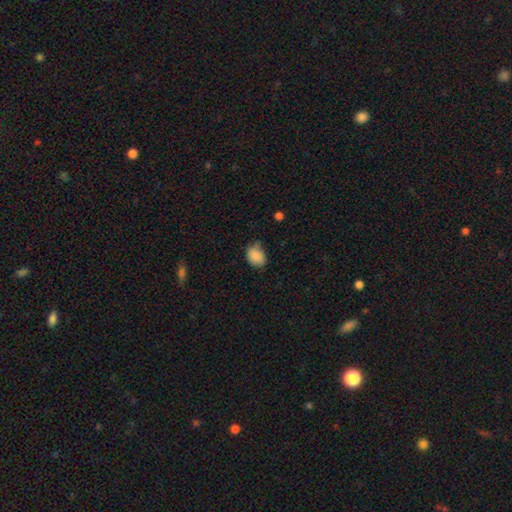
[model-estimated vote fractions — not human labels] smooth-or-featured: smooth: 87% | star or artifact: 8% | featured or disk: 5%
  how-rounded: in between: 68% | round: 31% | cigar-shaped: 1%
  merging: none: 61% | minor disturbance: 31% | major disturbance: 5% | merger: 3%